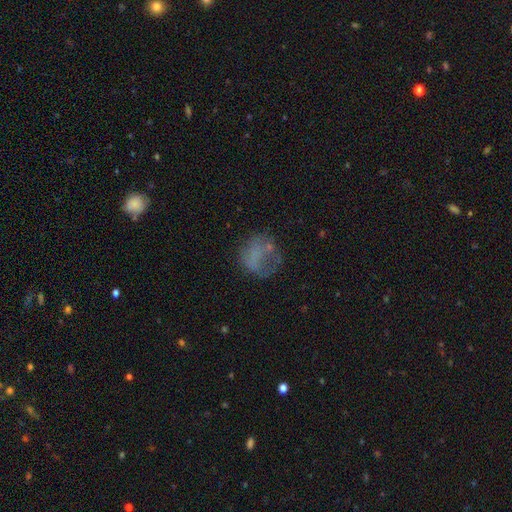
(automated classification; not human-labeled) Smooth or featured? Predicted: smooth (p=0.52). How rounded? Predicted: round (p=0.73). Merging? Predicted: none (p=0.47).